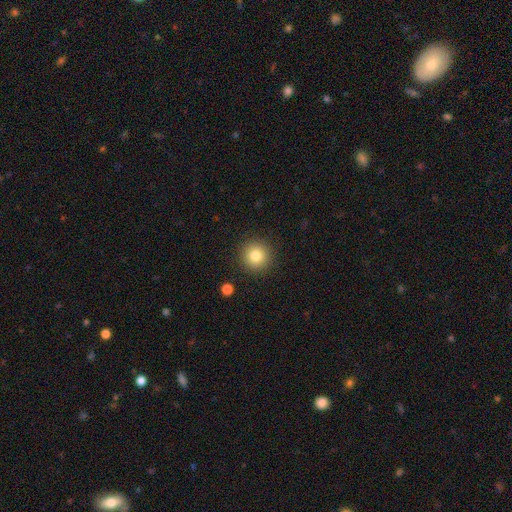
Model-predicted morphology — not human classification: Smooth or featured?
  - smooth: 82% *
  - star or artifact: 11%
  - featured or disk: 7%
How rounded?
  - round: 95% *
  - in between: 4%
  - cigar-shaped: 1%
Merging?
  - none: 91% *
  - minor disturbance: 6%
  - major disturbance: 2%
  - merger: 1%